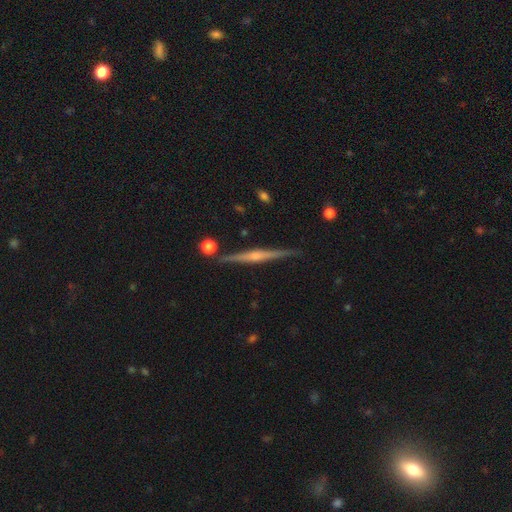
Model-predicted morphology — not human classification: A featured or disk galaxy (80%) viewed edge-on (98%) with a rounded central bulge (73%). Merging: none (89%).